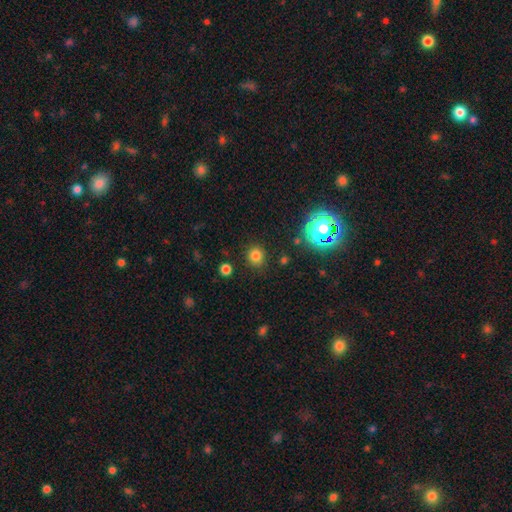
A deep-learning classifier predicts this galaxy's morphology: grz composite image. It shows a smooth galaxy with no disk features (77%) that is round (84%). Merging: none (86%).